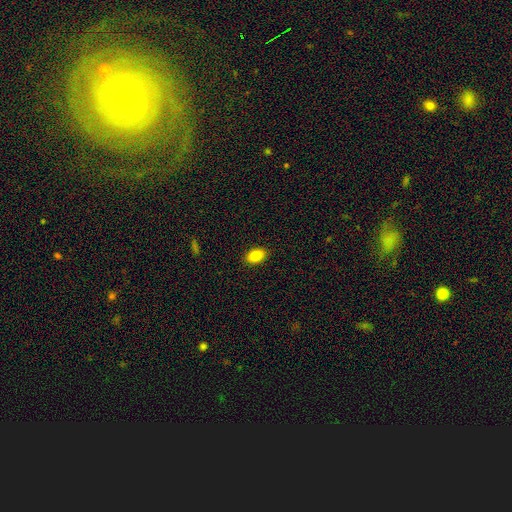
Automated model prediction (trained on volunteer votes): Smooth or featured? smooth (85%)
How rounded? in between (88%)
Merging? none (90%)